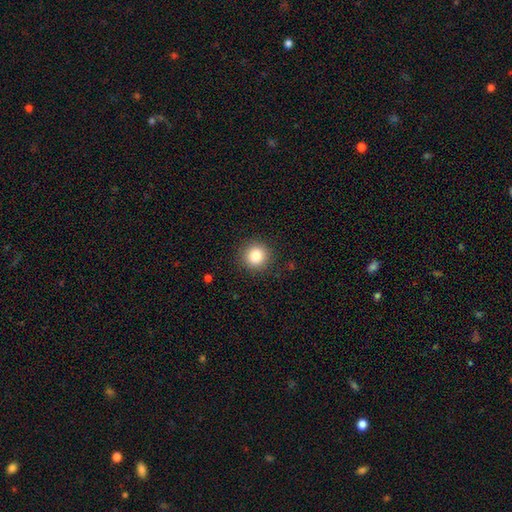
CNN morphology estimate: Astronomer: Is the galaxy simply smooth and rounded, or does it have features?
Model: smooth — 83%.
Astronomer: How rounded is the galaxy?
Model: round — 94%.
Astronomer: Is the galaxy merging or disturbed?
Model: none — 90%.